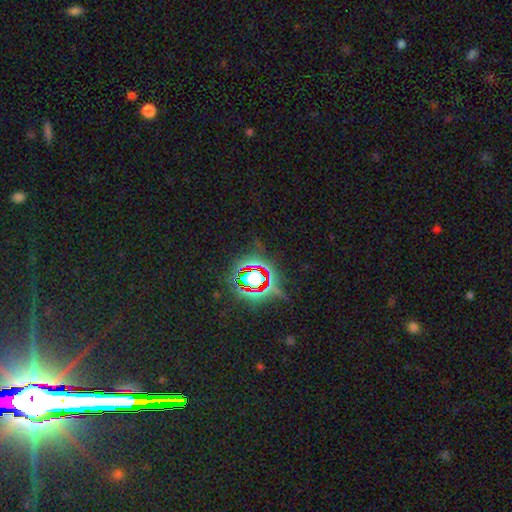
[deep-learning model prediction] smooth_or_featured: star or artifact (p=0.82) [alt: smooth p=0.10]